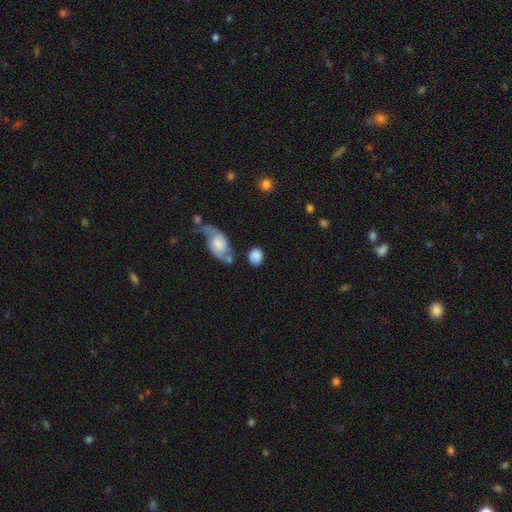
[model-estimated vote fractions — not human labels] This appears to be a smooth galaxy with no disk features (81%) that is in between round and cigar-shaped (50%). Merging: none (56%).